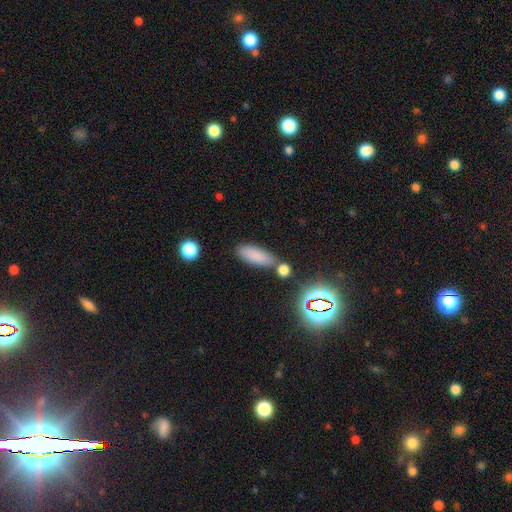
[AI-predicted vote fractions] smooth_or_featured: smooth (p=0.81) [alt: star or artifact p=0.12]
how_rounded: in between (p=0.66) [alt: cigar-shaped p=0.30]
merging: none (p=0.77) [alt: minor disturbance p=0.11]